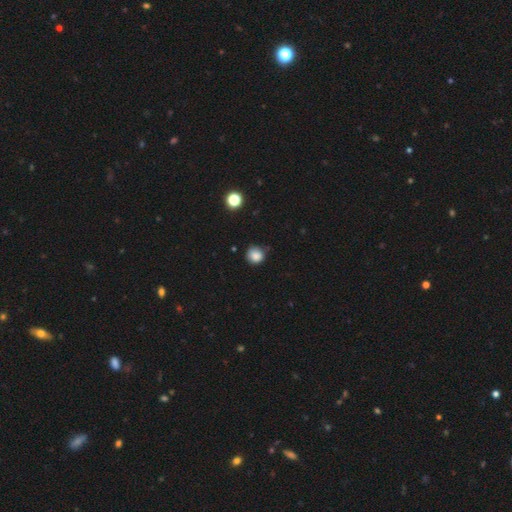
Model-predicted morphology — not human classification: smooth-or-featured: smooth: 85% | star or artifact: 11% | featured or disk: 4%
  how-rounded: round: 88% | in between: 11% | cigar-shaped: 1%
  merging: none: 73% | minor disturbance: 21% | major disturbance: 4% | merger: 2%